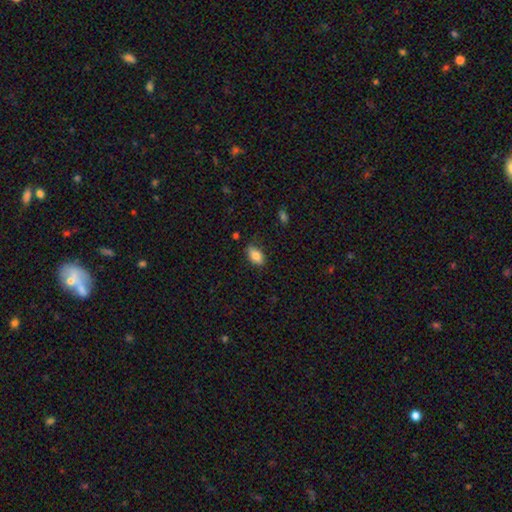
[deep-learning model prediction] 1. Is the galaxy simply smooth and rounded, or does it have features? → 83% smooth, 10% featured or disk, 8% star or artifact.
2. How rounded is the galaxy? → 90% in between, 5% cigar-shaped, 5% round.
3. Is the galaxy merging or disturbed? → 80% none, 15% minor disturbance, 3% major disturbance, 1% merger.